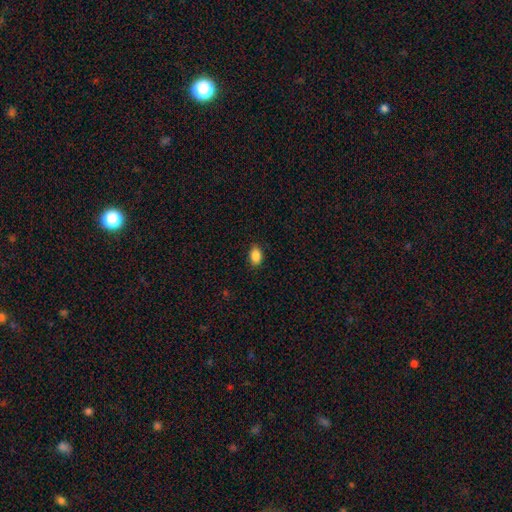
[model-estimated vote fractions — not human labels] Smooth or featured?
  - smooth: 88% *
  - star or artifact: 8%
  - featured or disk: 4%
How rounded?
  - in between: 84% *
  - round: 14%
  - cigar-shaped: 1%
Merging?
  - none: 87% *
  - minor disturbance: 10%
  - major disturbance: 2%
  - merger: 1%